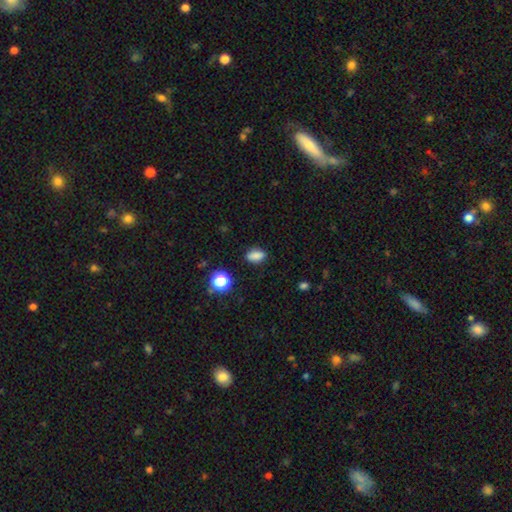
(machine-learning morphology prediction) type=smooth (83%); roundness=in between (81%); merging=none (84%).